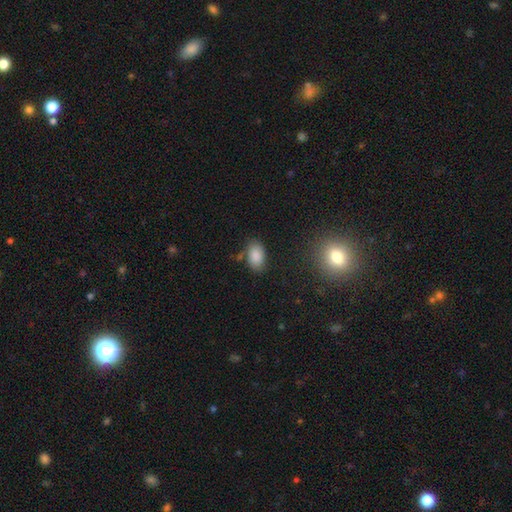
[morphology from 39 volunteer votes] Volunteers were most divided on "smooth or featured": smooth: 92%, star or artifact: 8%, featured or disk: 0%. More confident: how rounded — in between (94%); merging — none (94%).